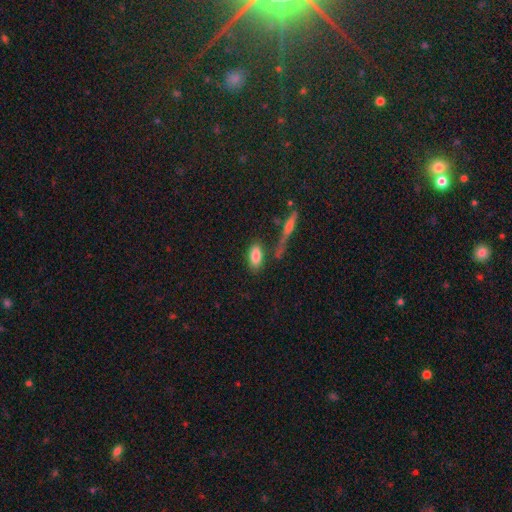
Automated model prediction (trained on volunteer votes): A smooth galaxy with no disk features (82%) that is in between round and cigar-shaped (86%). Merging: none (69%).